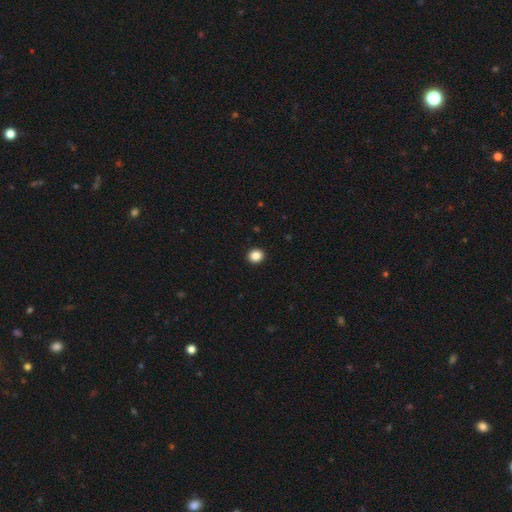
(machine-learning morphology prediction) smooth 87%, star or artifact 10%, featured or disk 3%. Down the decision tree: how rounded — round (82%); merging — none (93%).